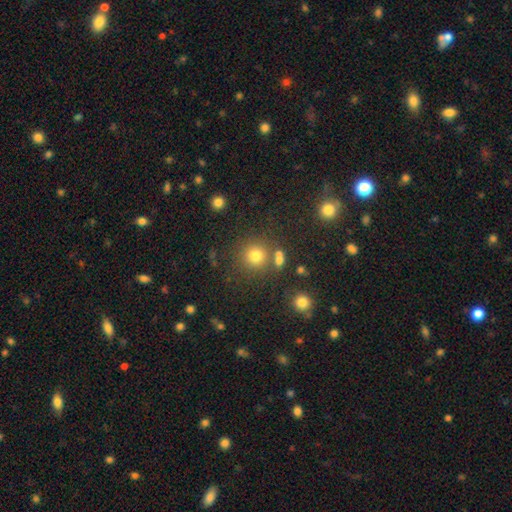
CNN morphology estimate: Q: Smooth or featured?
A: smooth (76%); runner-up: star or artifact (17%)
Q: How rounded?
A: round (91%); runner-up: in between (8%)
Q: Merging?
A: none (75%); runner-up: merger (12%)